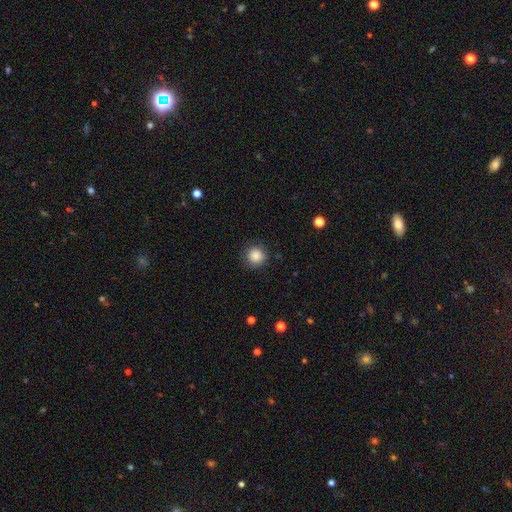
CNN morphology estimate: A smooth galaxy with no disk features (87%) that is round (94%). Merging: none (88%).